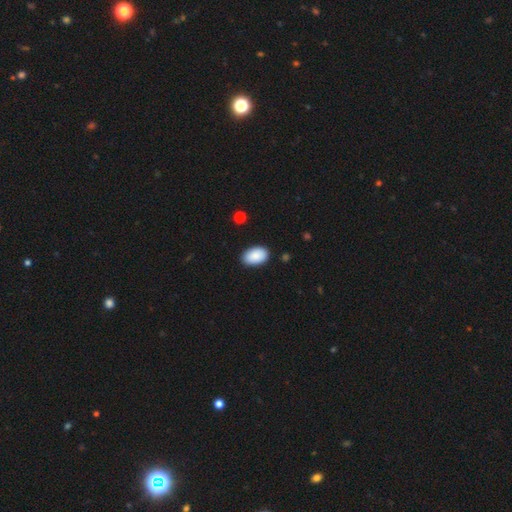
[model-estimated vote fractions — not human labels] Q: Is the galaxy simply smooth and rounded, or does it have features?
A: smooth — 90%.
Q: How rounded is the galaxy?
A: in between — 94%.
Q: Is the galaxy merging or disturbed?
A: none — 87%.